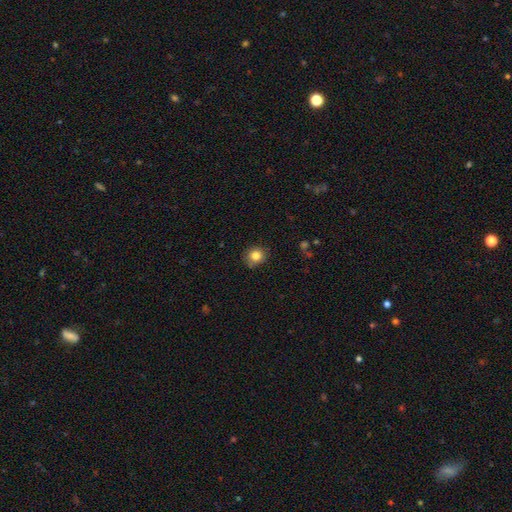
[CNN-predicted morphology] Smooth or featured? Predicted: smooth (p=0.83). How rounded? Predicted: round (p=0.80). Merging? Predicted: none (p=0.81).